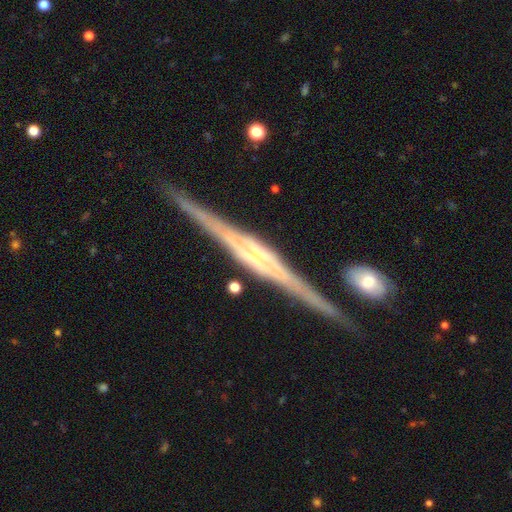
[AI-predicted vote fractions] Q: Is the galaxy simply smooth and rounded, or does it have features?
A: featured or disk — 89%.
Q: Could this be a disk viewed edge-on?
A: yes — 98%.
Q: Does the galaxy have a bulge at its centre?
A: boxy — 50%.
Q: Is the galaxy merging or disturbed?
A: none — 86%.